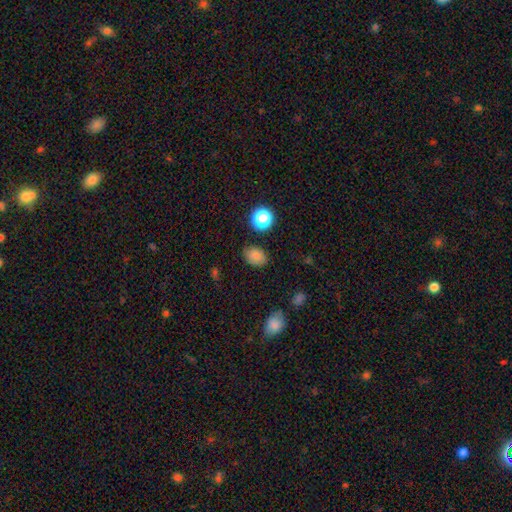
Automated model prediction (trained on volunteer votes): smooth 81%, star or artifact 13%, featured or disk 6%. Down the decision tree: how rounded — in between (70%); merging — none (82%).